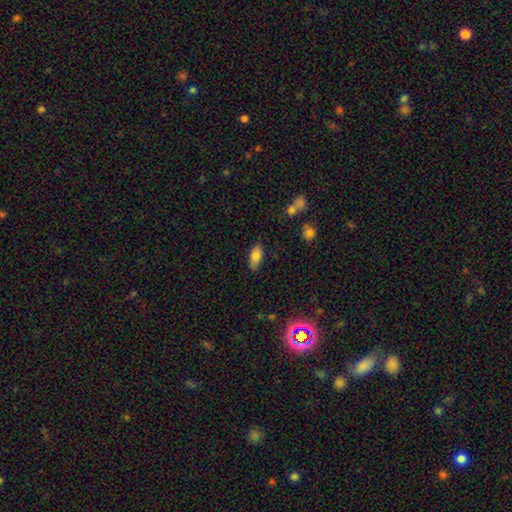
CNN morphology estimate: Smooth or featured: smooth — 82% (featured or disk — 10%)
How rounded: in between — 88% (cigar-shaped — 10%)
Merging: none — 81% (minor disturbance — 14%)